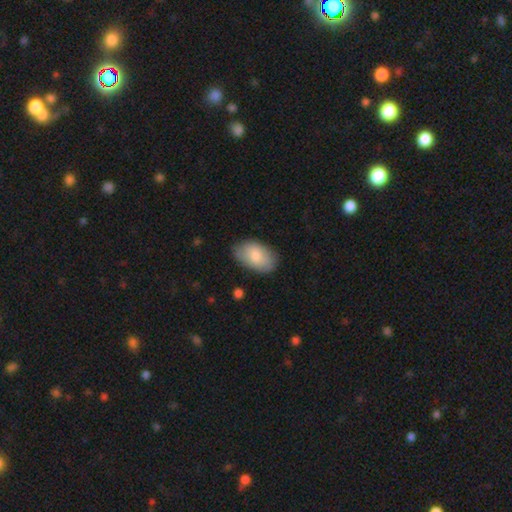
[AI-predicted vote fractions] This is clearly a smooth galaxy (81%). How rounded: clearly in between (93%). Merging: likely none (80%).